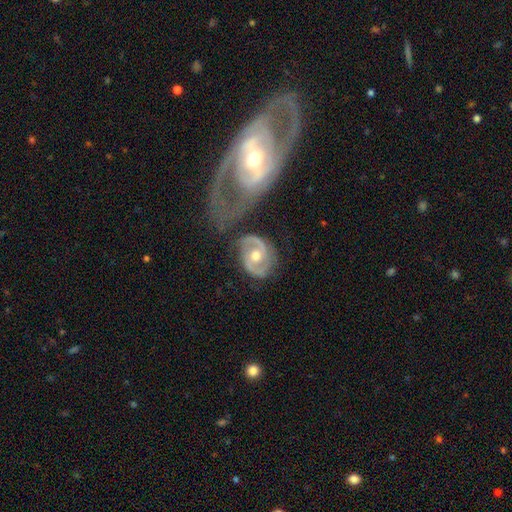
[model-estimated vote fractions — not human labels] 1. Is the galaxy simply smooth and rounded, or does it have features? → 83% featured or disk, 13% smooth, 5% star or artifact.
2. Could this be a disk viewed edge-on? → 97% no, 3% yes.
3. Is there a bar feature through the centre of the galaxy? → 57% no, 32% weak, 11% strong.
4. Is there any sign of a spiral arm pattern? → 89% yes, 11% no.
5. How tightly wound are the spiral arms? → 46% medium, 40% tight, 15% loose.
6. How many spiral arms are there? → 89% 2, 5% can't tell, 2% 1, 1% 3, 1% 4, 1% more than 4.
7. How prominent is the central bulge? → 78% moderate, 11% small, 8% large, 1% none, 1% dominant.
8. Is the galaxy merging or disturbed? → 67% none, 16% minor disturbance, 8% major disturbance, 8% merger.